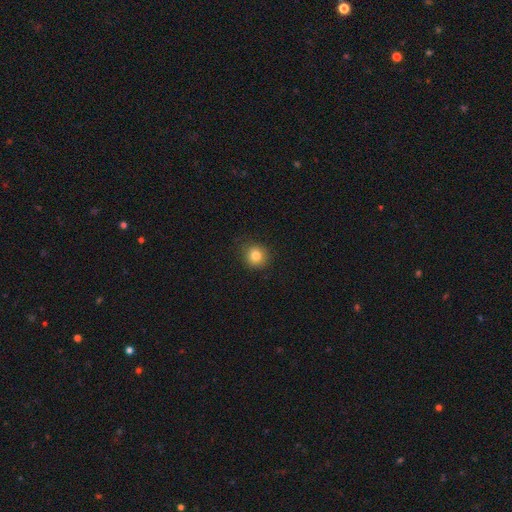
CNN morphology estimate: Smooth or featured? Predicted: smooth (p=0.82). How rounded? Predicted: round (p=0.89). Merging? Predicted: none (p=0.86).